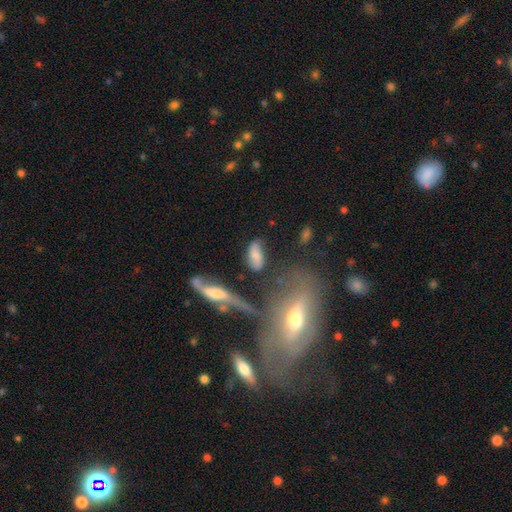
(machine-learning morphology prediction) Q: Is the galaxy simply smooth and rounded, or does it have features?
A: smooth — 65%.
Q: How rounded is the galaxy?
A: in between — 86%.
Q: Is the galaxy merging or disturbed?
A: none — 61%.